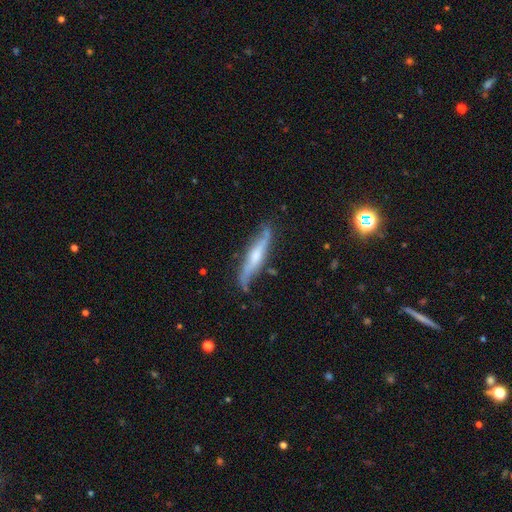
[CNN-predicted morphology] The model was most divided on "smooth or featured": featured or disk: 64%, smooth: 29%, star or artifact: 7%. More confident: edge-on disk — yes (76%); merging — none (68%).